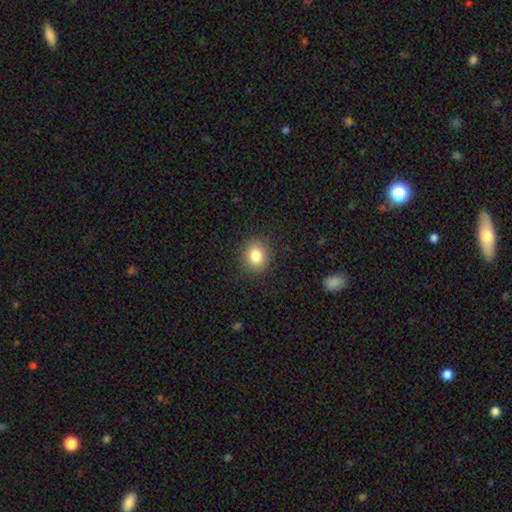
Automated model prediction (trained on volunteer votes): smooth-or-featured: smooth: 83% | star or artifact: 10% | featured or disk: 7%
  how-rounded: round: 73% | in between: 26% | cigar-shaped: 1%
  merging: none: 89% | minor disturbance: 8% | major disturbance: 3% | merger: 1%